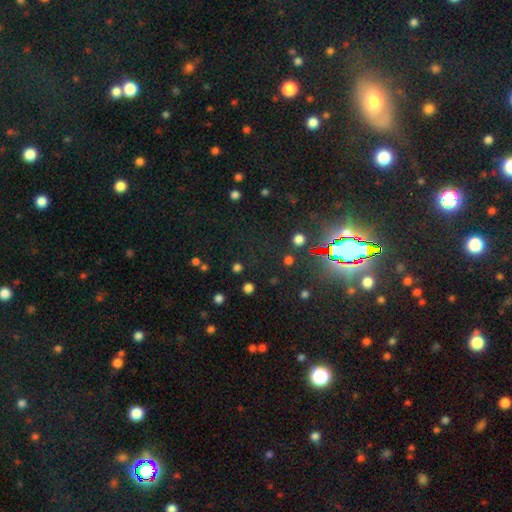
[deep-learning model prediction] The model was most divided on "smooth or featured": star or artifact: 80%, smooth: 11%, featured or disk: 9%.